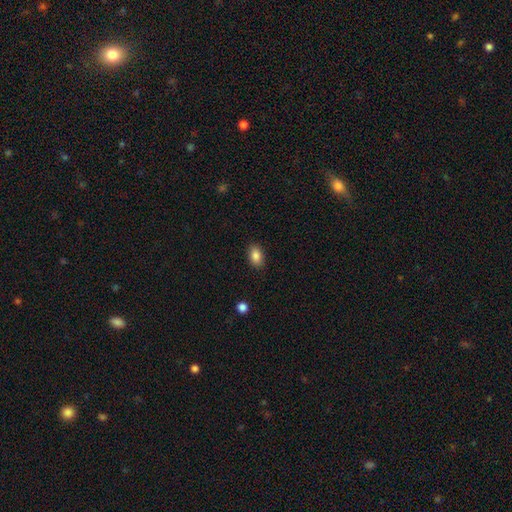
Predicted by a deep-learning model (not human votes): A smooth galaxy with no disk features (86%) that is in between round and cigar-shaped (87%).

Vote fractions:
- Smooth or featured? smooth: 86% / star or artifact: 8% / featured or disk: 6%
- How rounded? in between: 87% / round: 11% / cigar-shaped: 2%
- Merging? none: 88% / minor disturbance: 9% / major disturbance: 2% / merger: 1%